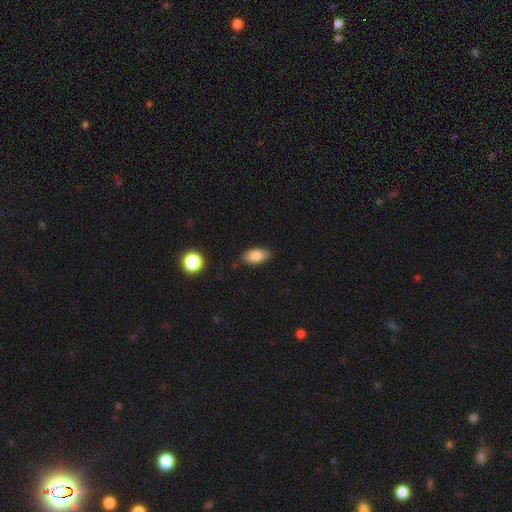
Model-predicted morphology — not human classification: smooth 83%, featured or disk 10%, star or artifact 8%. Down the decision tree: how rounded — in between (90%); merging — none (82%).